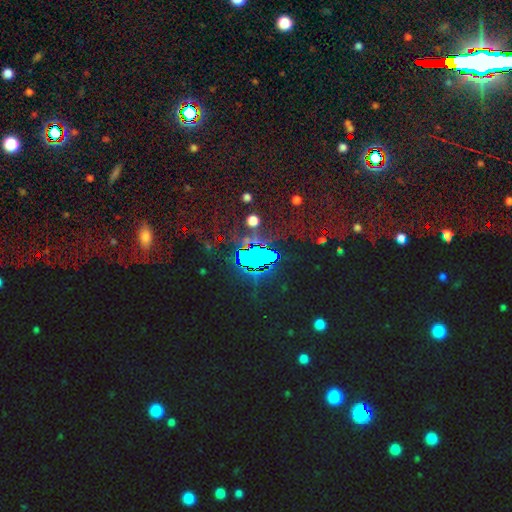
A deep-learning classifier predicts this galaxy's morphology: Q: Smooth or featured?
A: star or artifact (72%); runner-up: smooth (17%)